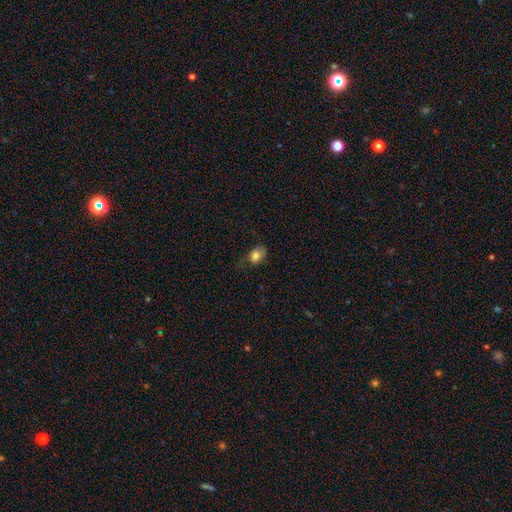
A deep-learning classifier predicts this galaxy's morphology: Smooth or featured? smooth (81%)
How rounded? in between (76%)
Merging? none (51%)